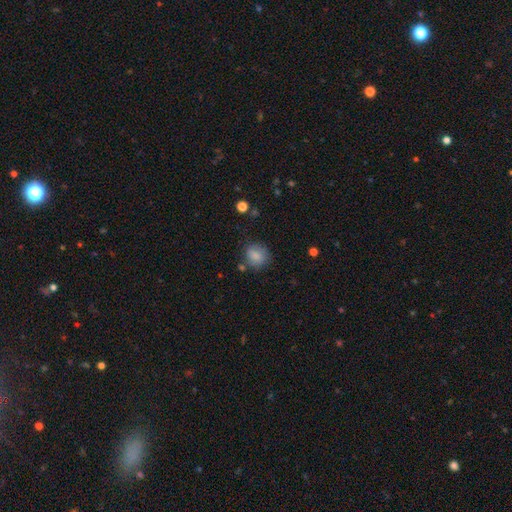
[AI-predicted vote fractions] The model was most divided on "how rounded": round: 73%, in between: 25%, cigar-shaped: 1%. More confident: smooth or featured — smooth (82%); merging — none (73%).